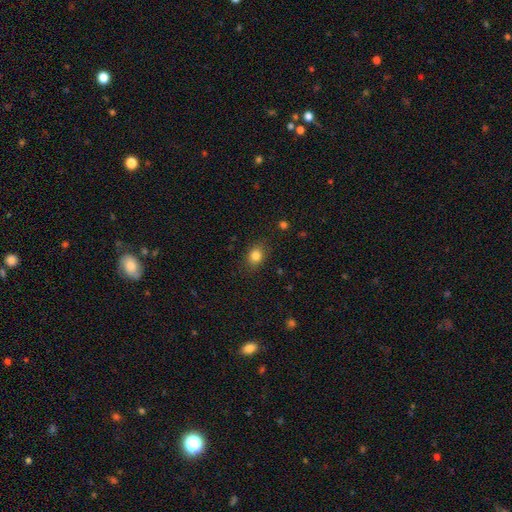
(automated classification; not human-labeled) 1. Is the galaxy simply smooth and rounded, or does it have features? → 83% smooth, 11% star or artifact, 6% featured or disk.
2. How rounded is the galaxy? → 51% in between, 48% round, 1% cigar-shaped.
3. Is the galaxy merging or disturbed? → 84% none, 12% minor disturbance, 3% major disturbance, 1% merger.